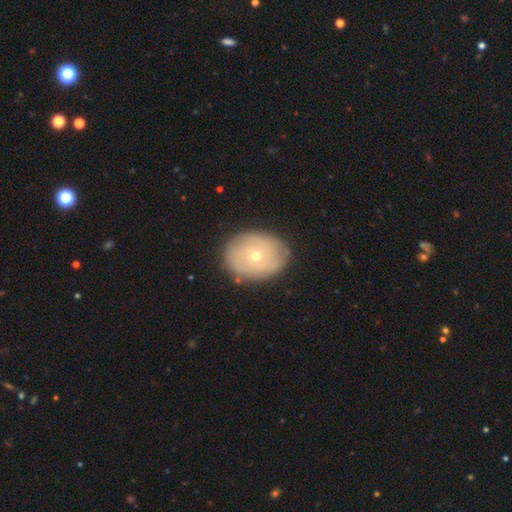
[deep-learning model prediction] smooth-or-featured: smooth: 49% | featured or disk: 43% | star or artifact: 9%
  merging: none: 84% | minor disturbance: 12% | major disturbance: 3% | merger: 1%